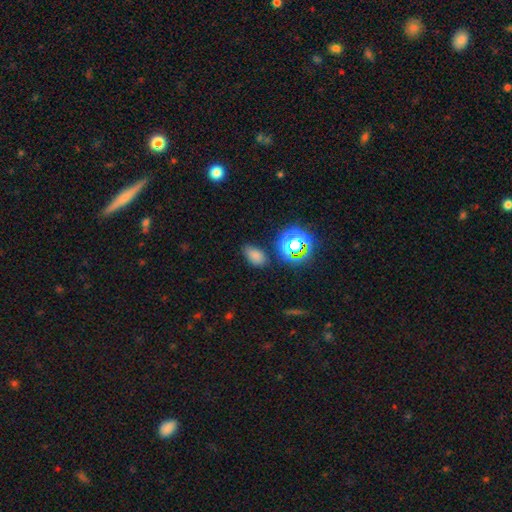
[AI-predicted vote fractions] A smooth galaxy with no disk features (71%) that is in between round and cigar-shaped (87%). Merging: none (77%).